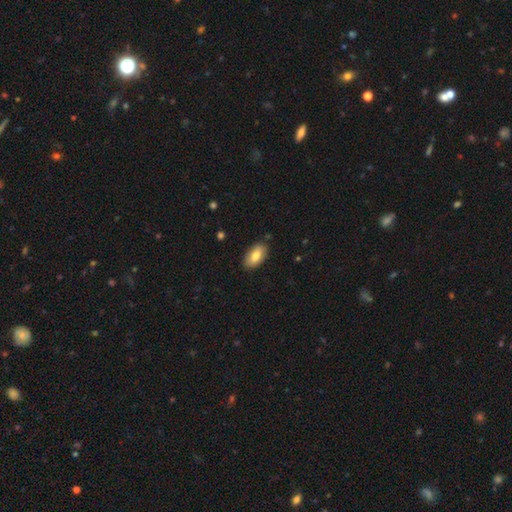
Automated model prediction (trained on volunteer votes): Smooth or featured? Predicted: smooth (p=0.78). How rounded? Predicted: in between (p=0.93). Merging? Predicted: none (p=0.86).